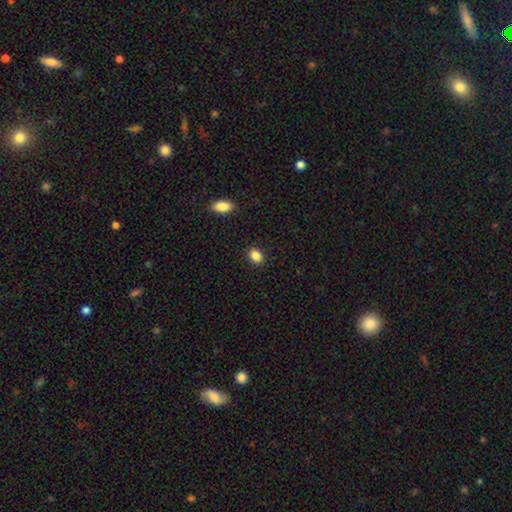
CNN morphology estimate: Smooth or featured? Predicted: smooth (p=0.87). How rounded? Predicted: in between (p=0.74). Merging? Predicted: none (p=0.89).